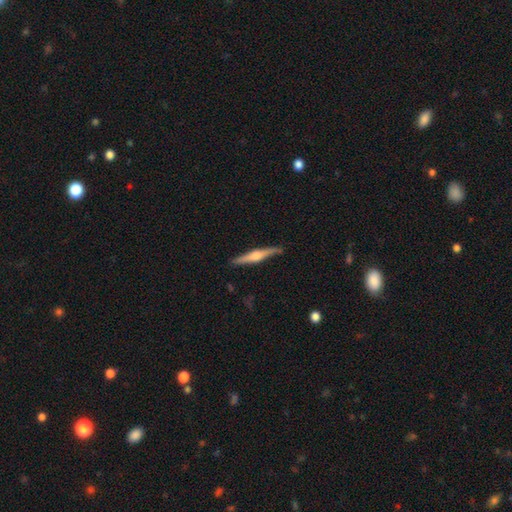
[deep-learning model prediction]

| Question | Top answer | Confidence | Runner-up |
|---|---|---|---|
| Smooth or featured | featured or disk | 71% | smooth (23%) |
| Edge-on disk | yes | 98% | no (2%) |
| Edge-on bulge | rounded | 82% | boxy (13%) |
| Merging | none | 89% | minor disturbance (8%) |